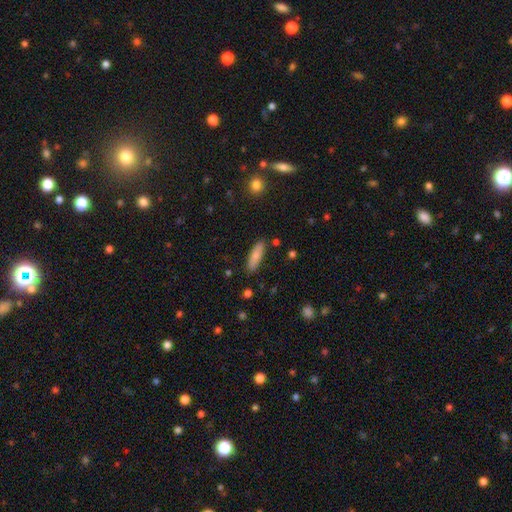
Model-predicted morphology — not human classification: A smooth galaxy with no disk features (78%) that is cigar-shaped (63%). Merging: none (86%).